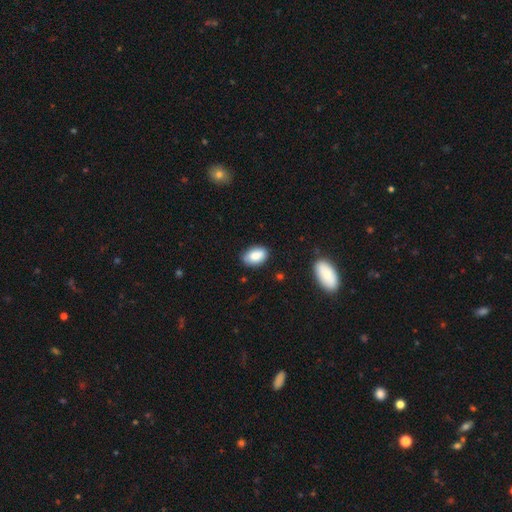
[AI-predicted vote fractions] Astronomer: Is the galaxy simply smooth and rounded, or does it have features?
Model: smooth — 86%.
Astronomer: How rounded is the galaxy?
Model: in between — 90%.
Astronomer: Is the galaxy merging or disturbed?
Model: none — 81%.